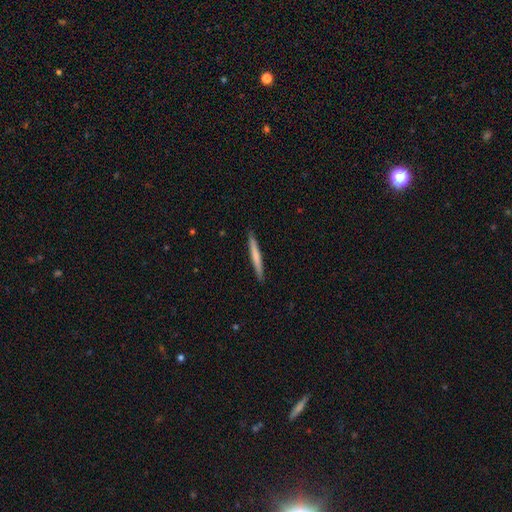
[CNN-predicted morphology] type=smooth (63%); roundness=cigar-shaped (97%); merging=none (91%).